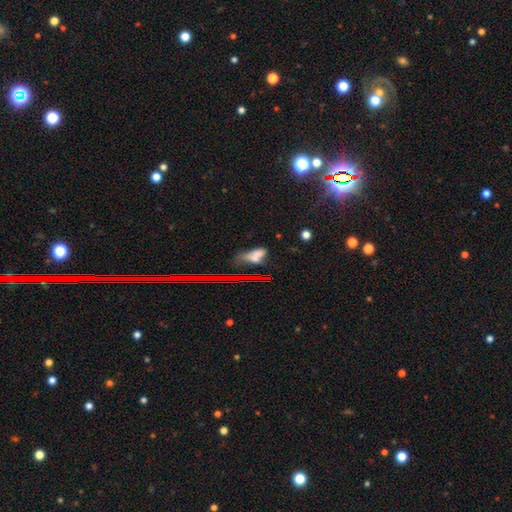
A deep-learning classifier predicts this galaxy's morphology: type=smooth (56%); roundness=in between (73%); merging=none (29%).